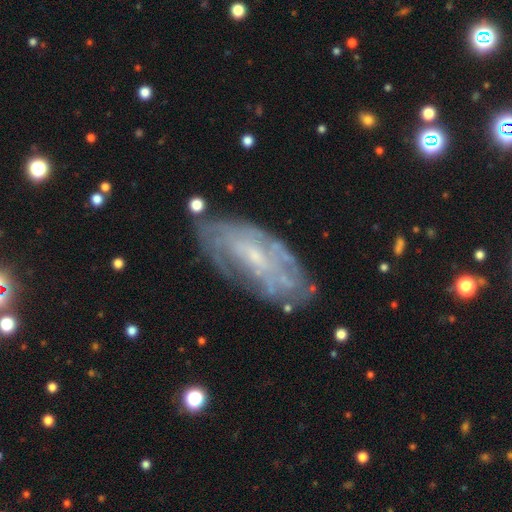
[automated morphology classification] A featured or disk galaxy (72%) with no bar (57%), spiral arms (67%) and a small central bulge (67%). Merging: none (71%).